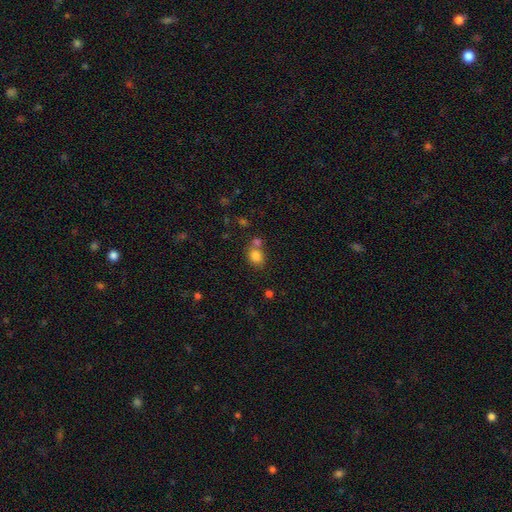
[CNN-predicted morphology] Smooth or featured? Predicted: smooth (p=0.82). How rounded? Predicted: round (p=0.58). Merging? Predicted: none (p=0.54).